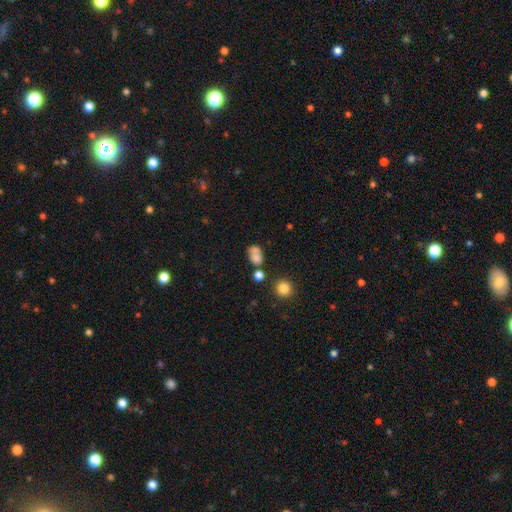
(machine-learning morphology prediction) This is likely a smooth galaxy (70%). How rounded: likely in between (65%). Merging: marginally merger (39%).